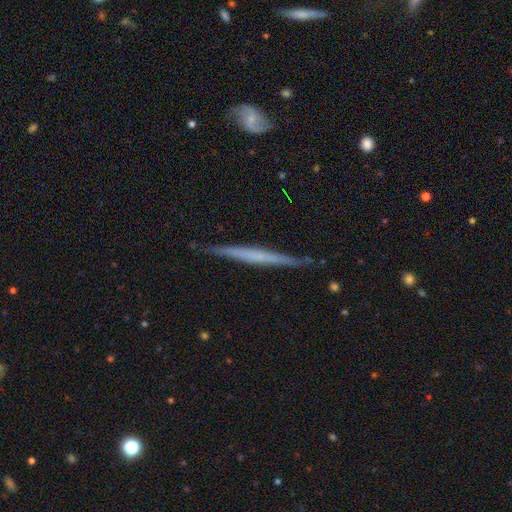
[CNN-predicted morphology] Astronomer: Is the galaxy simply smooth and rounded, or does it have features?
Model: featured or disk — 64%.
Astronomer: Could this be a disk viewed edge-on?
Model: yes — 96%.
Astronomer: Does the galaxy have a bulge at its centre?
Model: none — 77%.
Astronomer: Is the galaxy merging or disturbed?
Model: none — 86%.